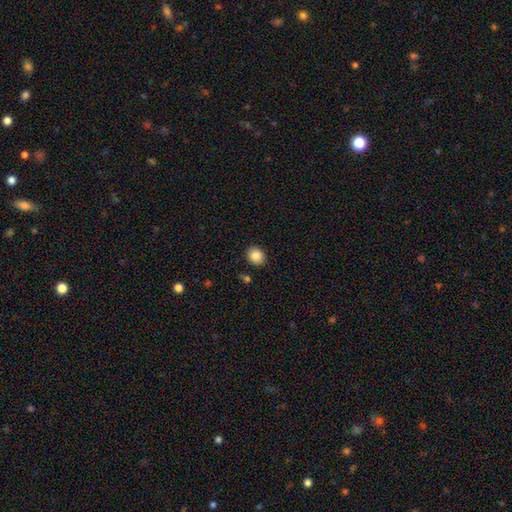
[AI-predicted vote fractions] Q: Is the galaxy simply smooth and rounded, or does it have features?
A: smooth — 86%.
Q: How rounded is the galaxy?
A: round — 65%.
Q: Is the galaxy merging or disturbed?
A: none — 88%.